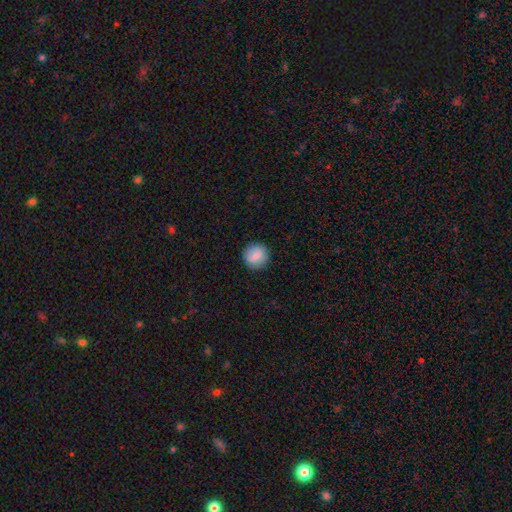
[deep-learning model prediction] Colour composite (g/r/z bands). It shows a smooth galaxy with no disk features (85%) that is round (93%). Merging: none (91%).